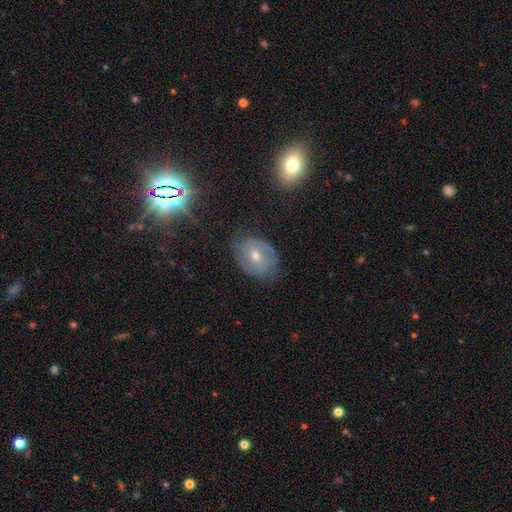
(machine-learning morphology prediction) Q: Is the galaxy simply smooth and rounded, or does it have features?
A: featured or disk — 59%.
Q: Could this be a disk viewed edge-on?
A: no — 94%.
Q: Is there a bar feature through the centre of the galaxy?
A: no — 50%.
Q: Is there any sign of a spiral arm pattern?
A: yes — 79%.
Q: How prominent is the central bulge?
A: moderate — 53%.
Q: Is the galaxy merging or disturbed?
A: none — 76%.